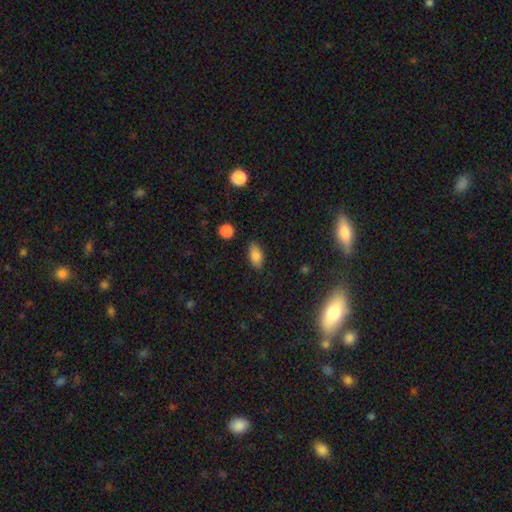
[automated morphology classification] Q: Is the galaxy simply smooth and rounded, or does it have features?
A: smooth — 83%.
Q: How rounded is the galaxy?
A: in between — 89%.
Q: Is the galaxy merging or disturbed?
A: none — 82%.